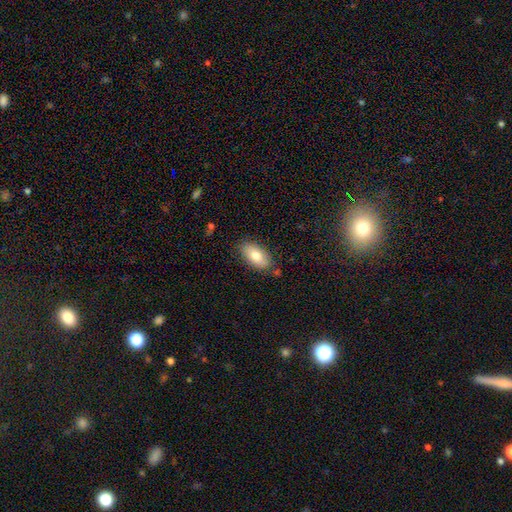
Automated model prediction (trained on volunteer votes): Smooth or featured?
  - smooth: 79% *
  - featured or disk: 14%
  - star or artifact: 7%
How rounded?
  - in between: 92% *
  - cigar-shaped: 5%
  - round: 3%
Merging?
  - none: 82% *
  - minor disturbance: 13%
  - major disturbance: 3%
  - merger: 3%